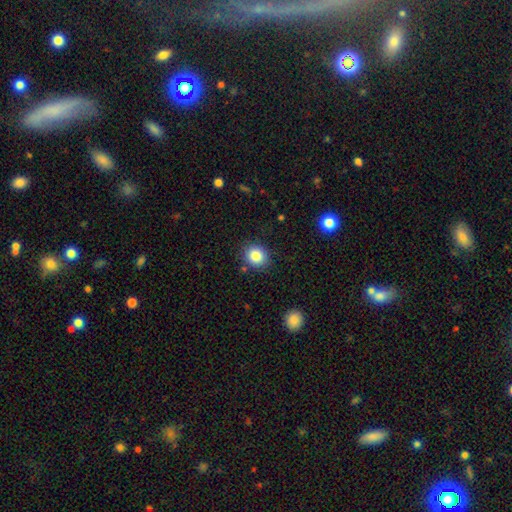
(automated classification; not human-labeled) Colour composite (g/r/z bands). It shows a smooth galaxy with no disk features (84%) that is round (76%). Merging: none (86%).